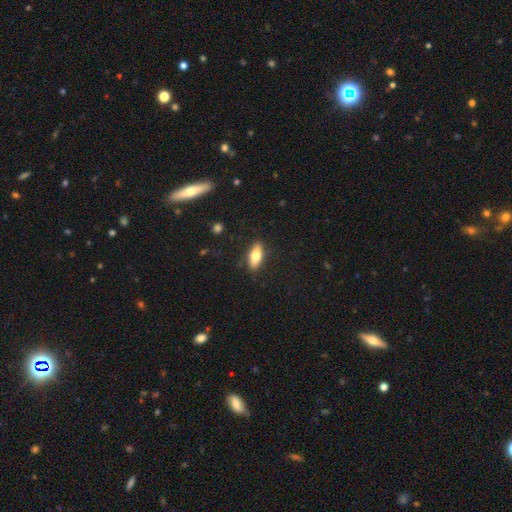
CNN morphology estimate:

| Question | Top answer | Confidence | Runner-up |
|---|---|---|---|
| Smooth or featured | smooth | 69% | featured or disk (24%) |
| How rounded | in between | 72% | cigar-shaped (25%) |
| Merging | none | 86% | minor disturbance (11%) |